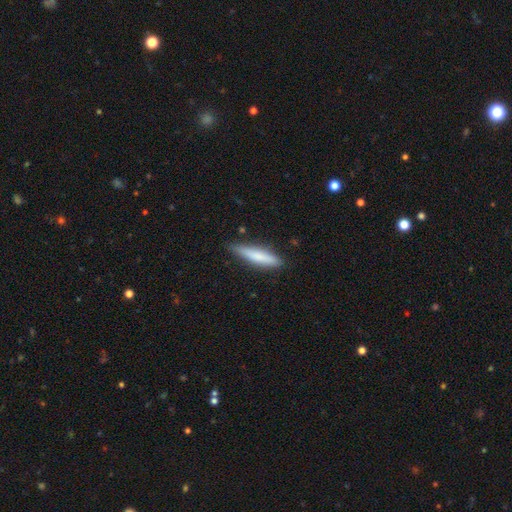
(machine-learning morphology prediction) type=smooth (73%); roundness=cigar-shaped (85%); merging=none (84%).